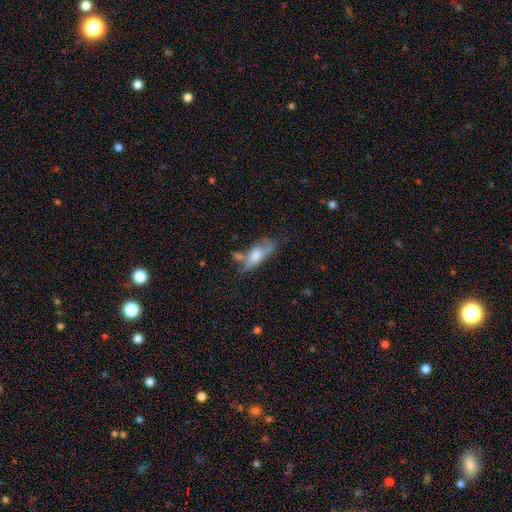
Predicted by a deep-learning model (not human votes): This appears to be a smooth galaxy with no disk features (49%). Merging: none (41%).